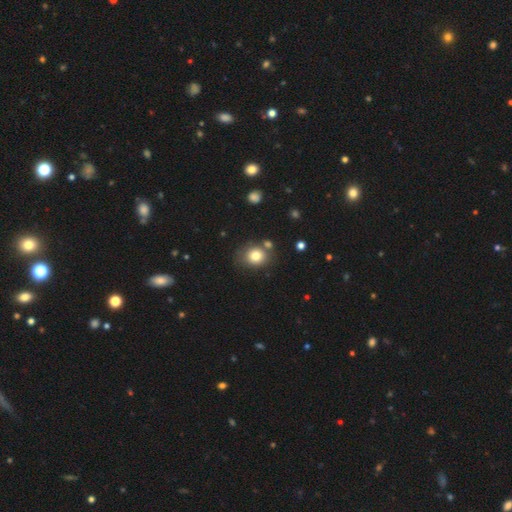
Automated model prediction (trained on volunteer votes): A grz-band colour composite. It shows a smooth galaxy with no disk features (80%) that is round (68%). Merging: none (69%).